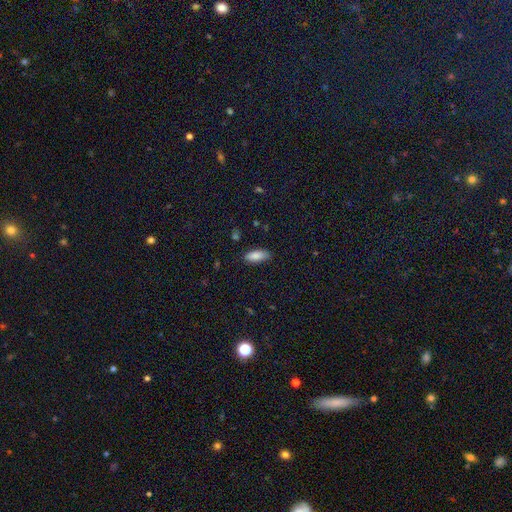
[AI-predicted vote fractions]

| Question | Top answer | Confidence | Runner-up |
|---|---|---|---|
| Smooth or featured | smooth | 87% | star or artifact (7%) |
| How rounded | in between | 80% | cigar-shaped (18%) |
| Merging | none | 84% | minor disturbance (12%) |